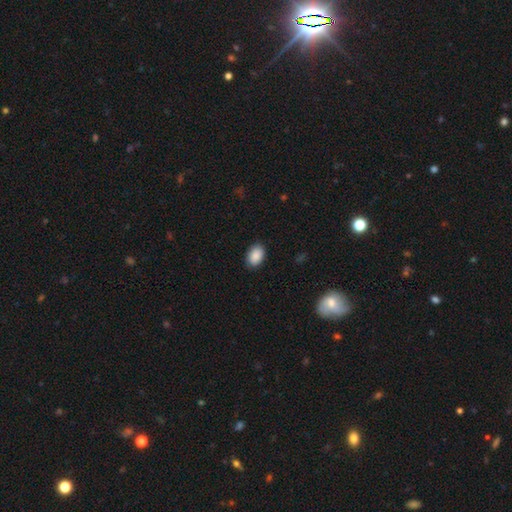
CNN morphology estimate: Smooth or featured?
  - smooth: 89% *
  - star or artifact: 7%
  - featured or disk: 4%
How rounded?
  - in between: 88% *
  - round: 11%
  - cigar-shaped: 1%
Merging?
  - none: 87% *
  - minor disturbance: 10%
  - major disturbance: 2%
  - merger: 1%